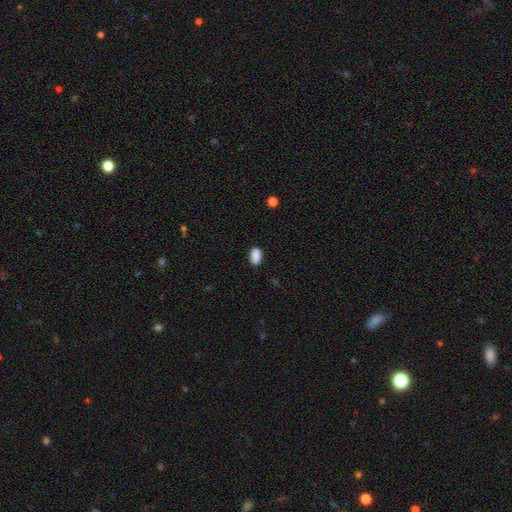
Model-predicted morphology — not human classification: Overall: smooth (88%). How rounded: in between (91%). Merging: none (84%).